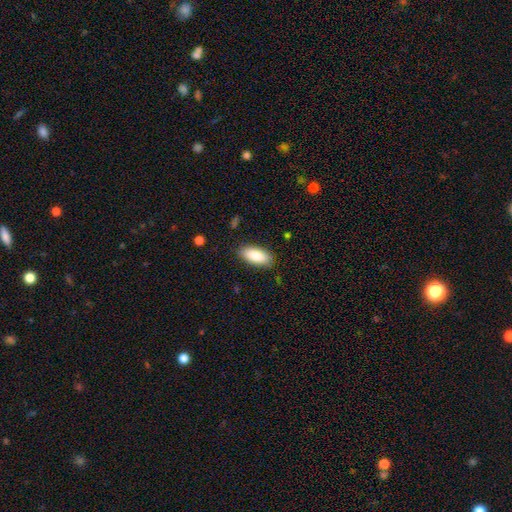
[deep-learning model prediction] Smooth or featured?
  - smooth: 86% *
  - featured or disk: 8%
  - star or artifact: 6%
How rounded?
  - in between: 88% *
  - cigar-shaped: 10%
  - round: 2%
Merging?
  - none: 85% *
  - minor disturbance: 11%
  - major disturbance: 3%
  - merger: 1%